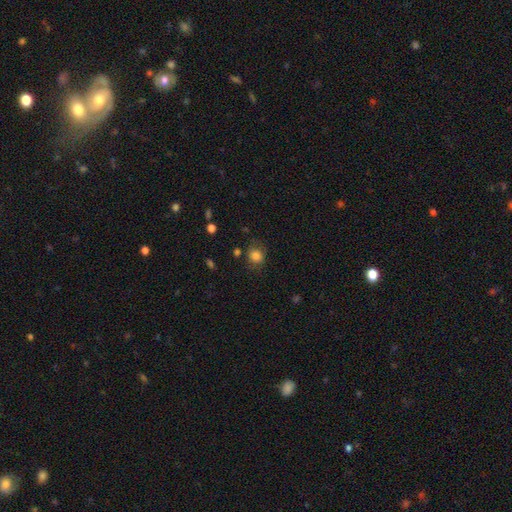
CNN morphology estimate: This appears to be a smooth galaxy with no disk features (82%) that is round (70%). Merging: none (67%).